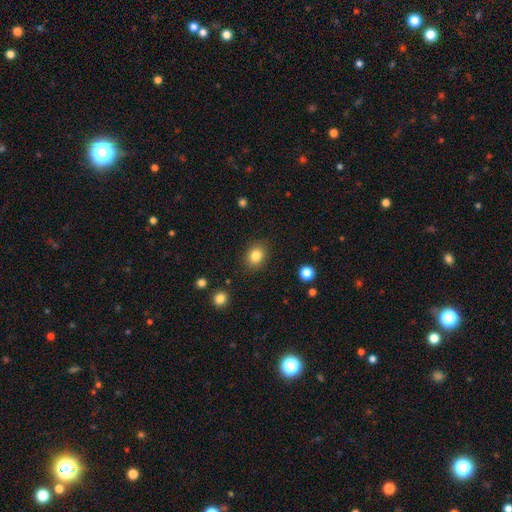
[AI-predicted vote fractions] smooth 83%, star or artifact 10%, featured or disk 7%. Down the decision tree: how rounded — round (60%); merging — none (87%).